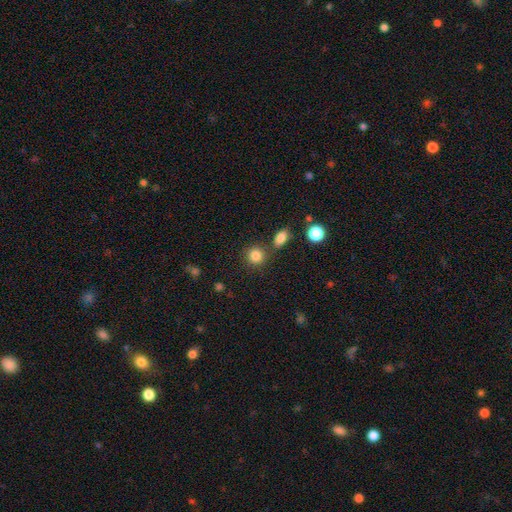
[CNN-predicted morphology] Smooth or featured: smooth — 85% (star or artifact — 10%)
How rounded: round — 86% (in between — 13%)
Merging: none — 77% (merger — 11%)